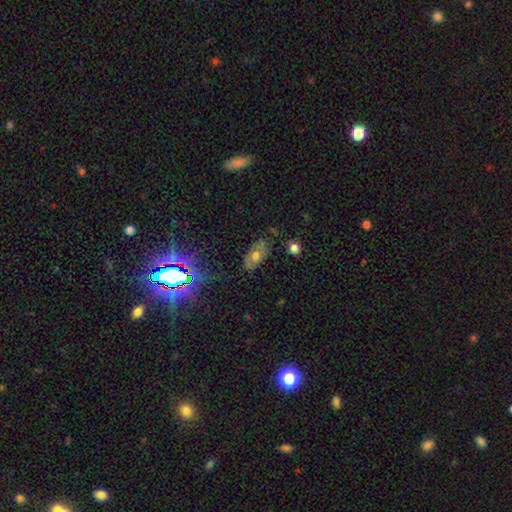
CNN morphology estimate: type=smooth (48%); merging=none (71%).